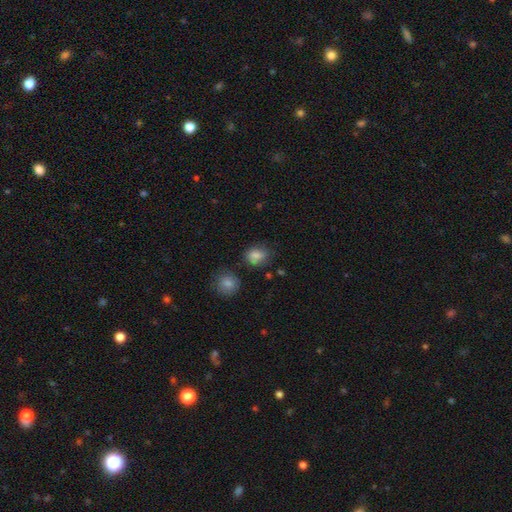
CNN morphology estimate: A smooth galaxy with no disk features (80%) that is round (57%). Merging: none (69%).